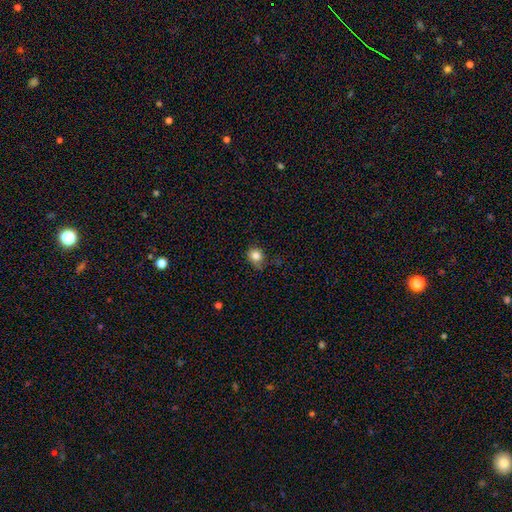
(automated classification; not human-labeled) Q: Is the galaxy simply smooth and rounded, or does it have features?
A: smooth — 83%.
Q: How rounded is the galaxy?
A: round — 73%.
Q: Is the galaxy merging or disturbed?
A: none — 56%.